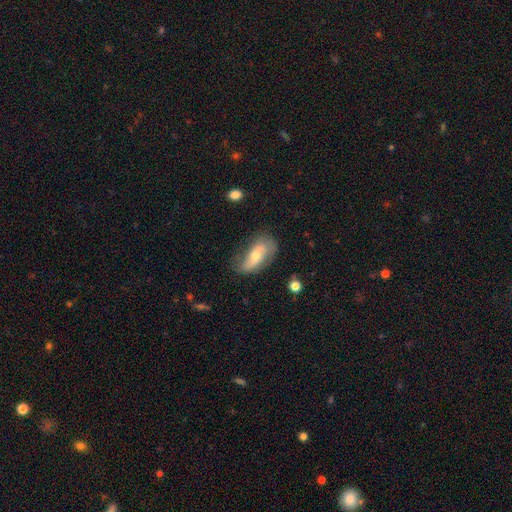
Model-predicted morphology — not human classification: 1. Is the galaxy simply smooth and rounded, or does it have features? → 55% featured or disk, 38% smooth, 7% star or artifact.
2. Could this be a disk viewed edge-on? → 87% no, 13% yes.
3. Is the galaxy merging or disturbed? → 59% none, 28% minor disturbance, 11% major disturbance, 2% merger.